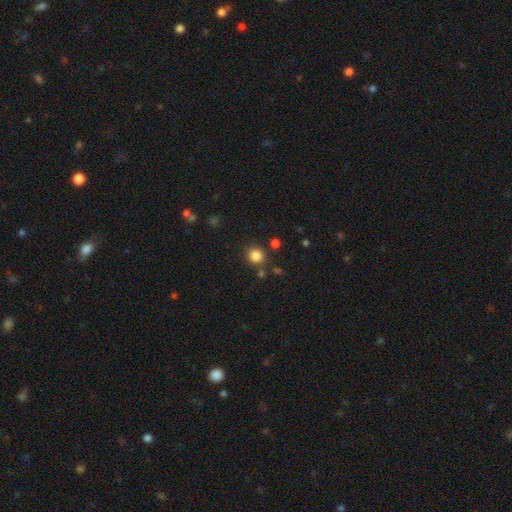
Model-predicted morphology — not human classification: The model was most divided on "smooth or featured": smooth: 84%, star or artifact: 12%, featured or disk: 4%. More confident: how rounded — round (88%); merging — none (84%).